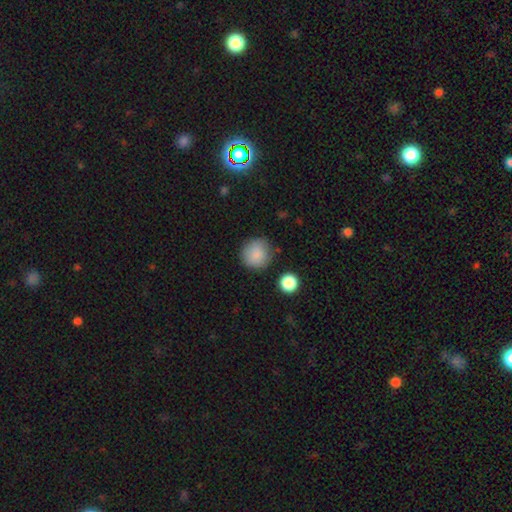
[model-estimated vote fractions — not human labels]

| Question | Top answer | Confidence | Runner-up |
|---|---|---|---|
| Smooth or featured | smooth | 86% | star or artifact (9%) |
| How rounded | round | 93% | in between (6%) |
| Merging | none | 80% | minor disturbance (13%) |